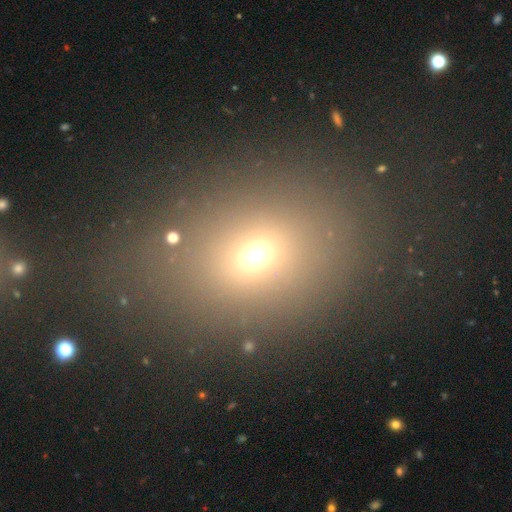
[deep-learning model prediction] Smooth or featured: smooth — 65% (star or artifact — 23%)
How rounded: in between — 55% (round — 43%)
Merging: none — 74% (minor disturbance — 12%)